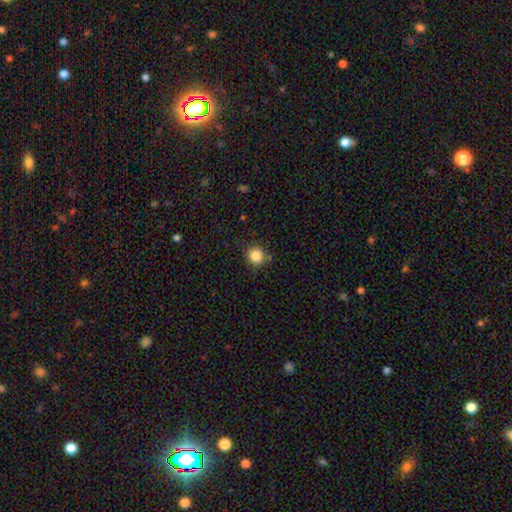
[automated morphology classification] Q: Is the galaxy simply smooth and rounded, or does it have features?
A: smooth — 85%.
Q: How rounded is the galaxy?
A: round — 92%.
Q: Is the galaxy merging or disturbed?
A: none — 81%.